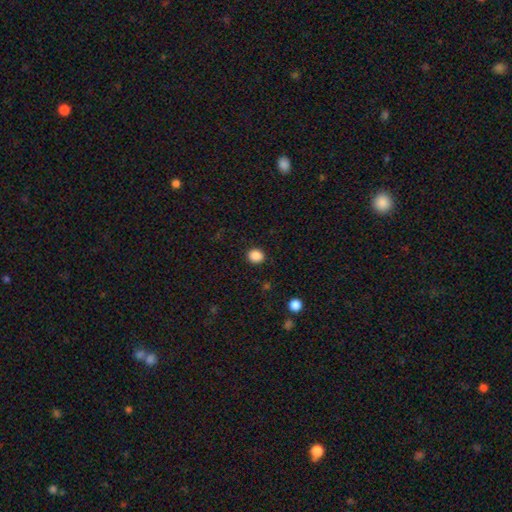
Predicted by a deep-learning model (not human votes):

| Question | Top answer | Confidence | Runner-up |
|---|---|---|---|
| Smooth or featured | smooth | 88% | star or artifact (10%) |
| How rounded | round | 70% | in between (29%) |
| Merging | none | 90% | minor disturbance (7%) |